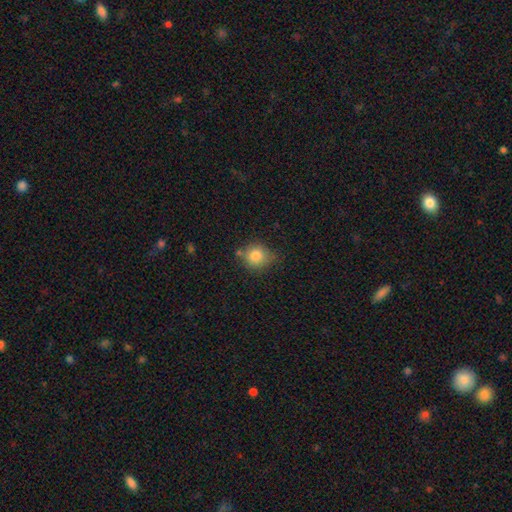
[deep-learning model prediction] This appears to be a smooth galaxy with no disk features (82%) that is round (85%). Merging: none (71%).